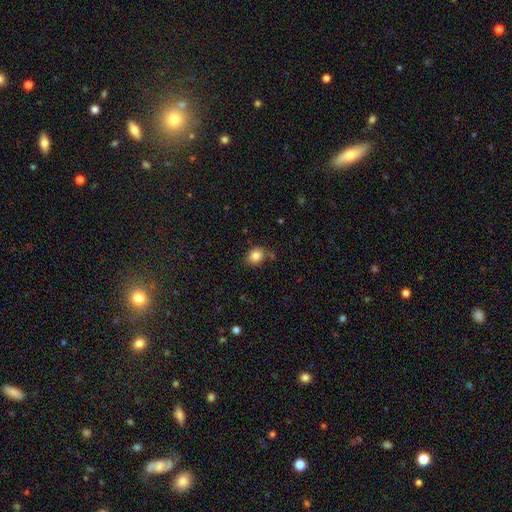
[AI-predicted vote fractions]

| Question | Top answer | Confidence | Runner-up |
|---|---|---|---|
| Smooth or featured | smooth | 83% | star or artifact (10%) |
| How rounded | round | 55% | in between (44%) |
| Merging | none | 70% | minor disturbance (20%) |